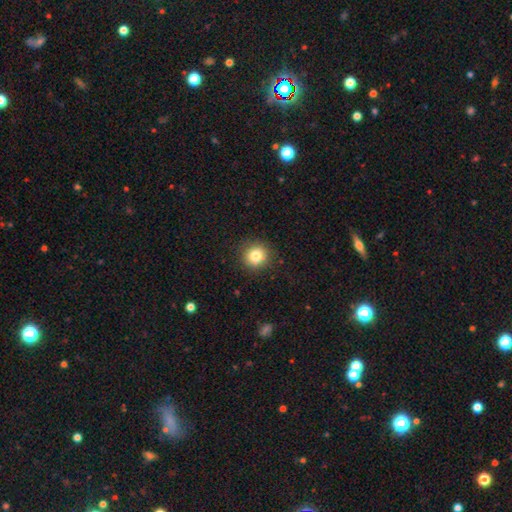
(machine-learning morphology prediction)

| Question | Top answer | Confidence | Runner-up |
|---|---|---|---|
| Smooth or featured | smooth | 82% | star or artifact (11%) |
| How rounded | round | 89% | in between (10%) |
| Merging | none | 89% | minor disturbance (8%) |